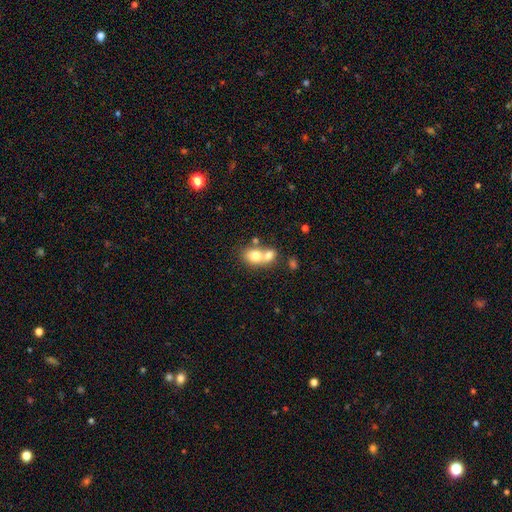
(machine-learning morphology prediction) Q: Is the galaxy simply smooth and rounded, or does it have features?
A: smooth — 72%.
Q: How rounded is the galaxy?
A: in between — 52%.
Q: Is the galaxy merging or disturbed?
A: merger — 66%.